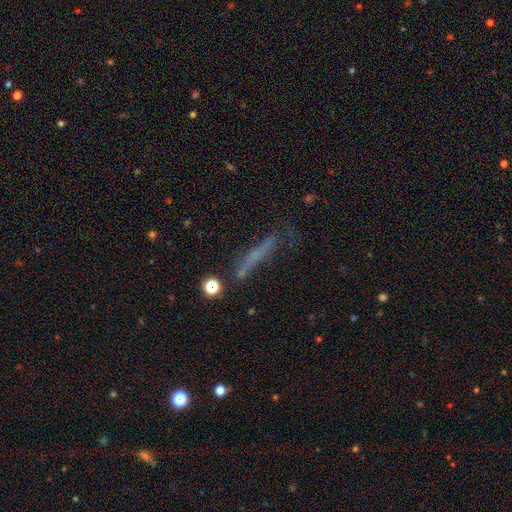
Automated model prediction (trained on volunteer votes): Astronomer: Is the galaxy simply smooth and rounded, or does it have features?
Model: smooth — 47% (runner-up: featured or disk, 36%).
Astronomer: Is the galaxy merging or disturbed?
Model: none — 57%.